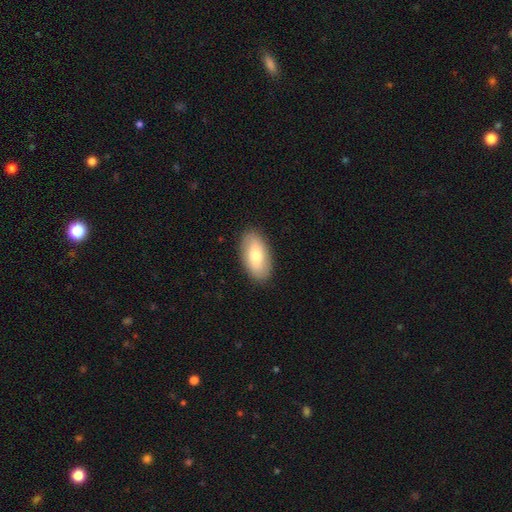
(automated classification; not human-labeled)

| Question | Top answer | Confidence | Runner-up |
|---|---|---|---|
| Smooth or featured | smooth | 72% | featured or disk (22%) |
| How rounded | in between | 93% | cigar-shaped (3%) |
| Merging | none | 89% | minor disturbance (8%) |